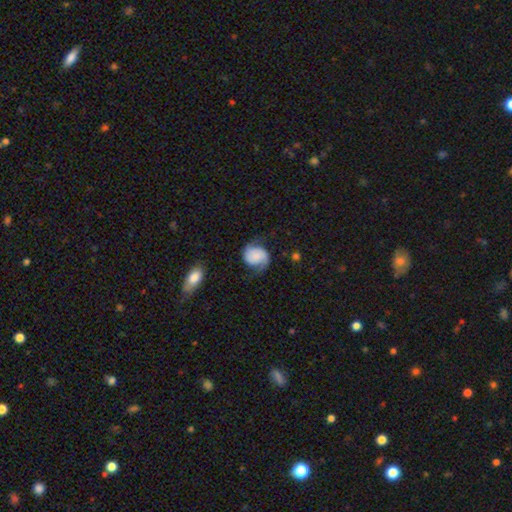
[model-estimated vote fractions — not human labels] smooth_or_featured: featured or disk (p=0.59) [alt: smooth p=0.33]
disk_edge_on: no (p=0.98) [alt: yes p=0.02]
bar: no (p=0.71) [alt: weak p=0.23]
has_spiral_arms: yes (p=0.93) [alt: no p=0.07]
spiral_winding: medium (p=0.40) [alt: loose p=0.36]
spiral_arm_count: 2 (p=0.81) [alt: 1 p=0.11]
bulge_size: none (p=0.45) [alt: small p=0.27]
merging: none (p=0.56) [alt: minor disturbance p=0.25]